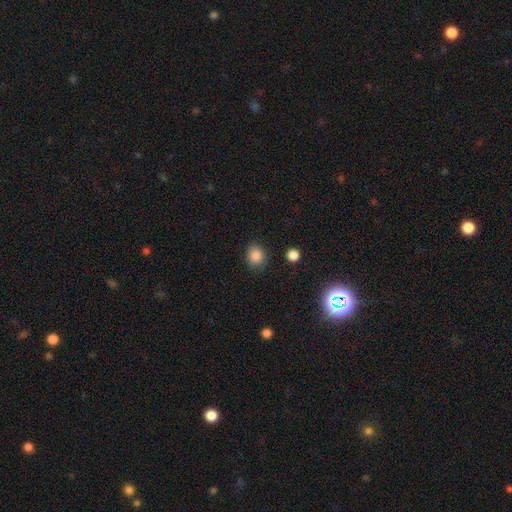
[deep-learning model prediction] smooth_or_featured: smooth (p=0.86) [alt: star or artifact p=0.10]
how_rounded: round (p=0.61) [alt: in between p=0.38]
merging: none (p=0.84) [alt: minor disturbance p=0.11]